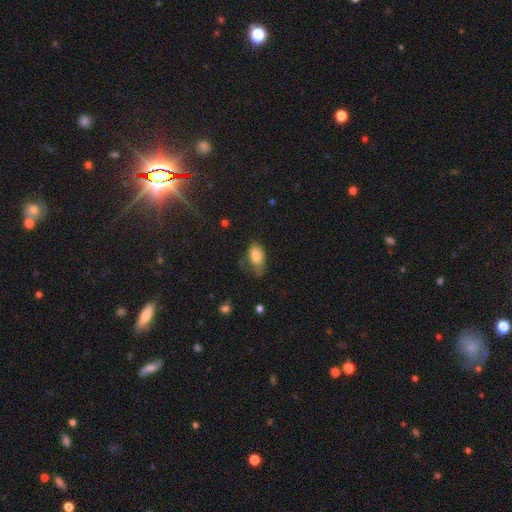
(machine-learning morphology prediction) Smooth or featured? smooth (81%)
How rounded? in between (92%)
Merging? none (43%)